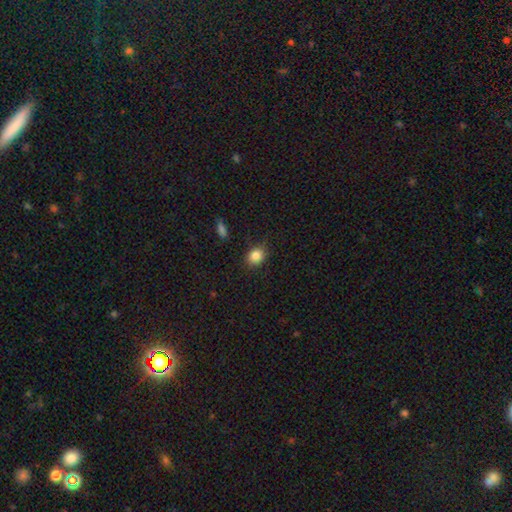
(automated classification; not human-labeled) A smooth galaxy with no disk features (85%) that is round (55%).

Vote fractions:
- Smooth or featured? smooth: 85% / star or artifact: 10% / featured or disk: 5%
- How rounded? round: 55% / in between: 44% / cigar-shaped: 1%
- Merging? none: 81% / minor disturbance: 14% / major disturbance: 3% / merger: 2%